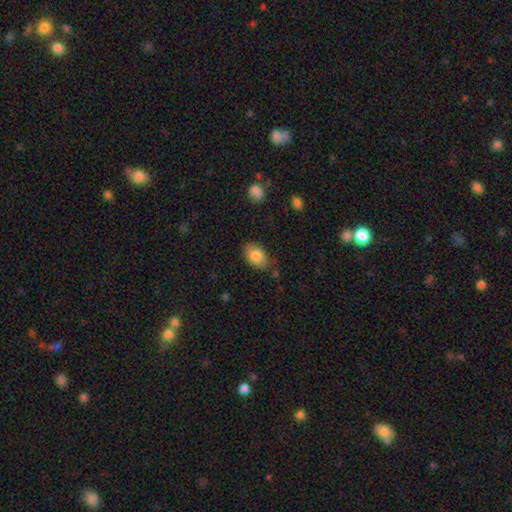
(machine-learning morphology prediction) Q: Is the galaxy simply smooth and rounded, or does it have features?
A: smooth — 85%.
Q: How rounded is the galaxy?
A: in between — 89%.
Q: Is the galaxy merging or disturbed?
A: none — 77%.